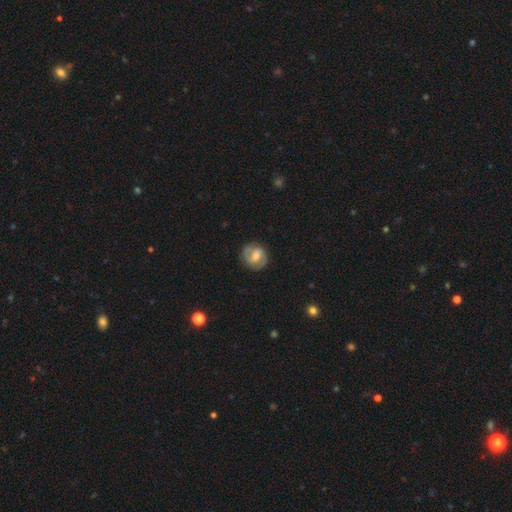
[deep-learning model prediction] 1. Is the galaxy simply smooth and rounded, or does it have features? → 59% featured or disk, 35% smooth, 7% star or artifact.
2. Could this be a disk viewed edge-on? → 97% no, 3% yes.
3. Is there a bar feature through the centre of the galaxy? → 50% weak, 30% no, 21% strong.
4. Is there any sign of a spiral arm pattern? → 81% yes, 19% no.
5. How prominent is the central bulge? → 52% moderate, 24% small, 15% large, 7% none, 2% dominant.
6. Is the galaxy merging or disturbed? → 80% none, 14% minor disturbance, 5% major disturbance, 1% merger.